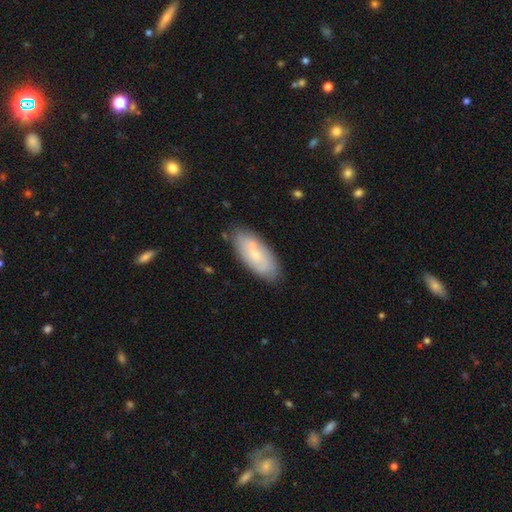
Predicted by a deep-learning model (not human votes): Morphology: type=smooth (51%); roundness=in between (84%); merging=none (69%).